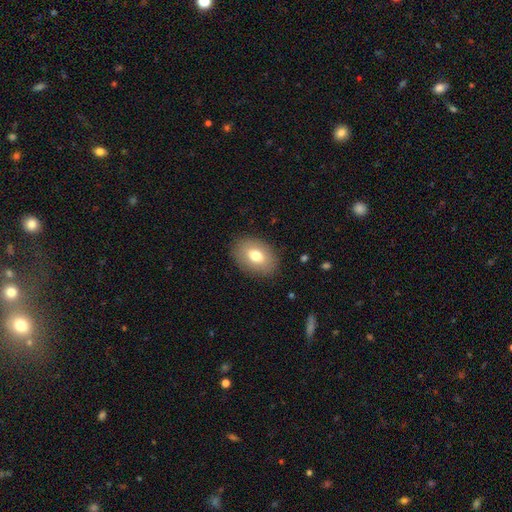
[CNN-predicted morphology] Q: Smooth or featured?
A: smooth (74%); runner-up: featured or disk (18%)
Q: How rounded?
A: in between (81%); runner-up: round (18%)
Q: Merging?
A: none (87%); runner-up: minor disturbance (10%)